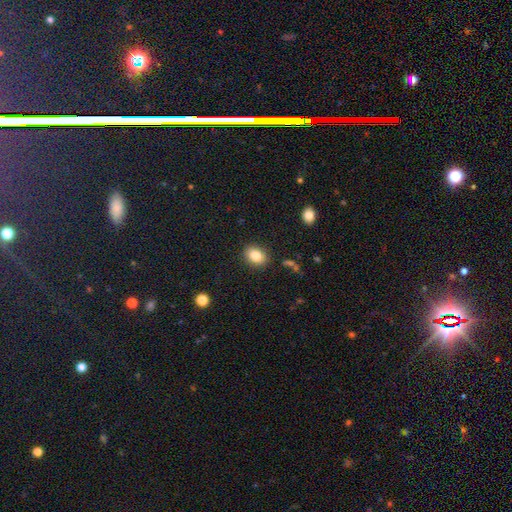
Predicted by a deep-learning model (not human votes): This appears to be a smooth galaxy with no disk features (83%) that is in between round and cigar-shaped (64%). Merging: none (87%).